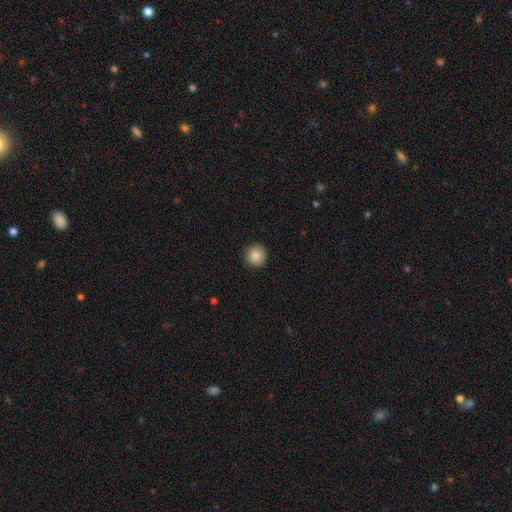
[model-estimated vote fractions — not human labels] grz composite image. It shows a smooth galaxy with no disk features (87%) that is round (94%). Merging: none (91%).